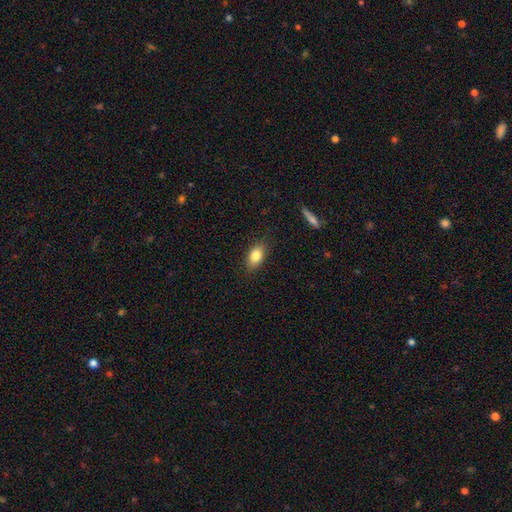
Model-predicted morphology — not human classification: Smooth or featured: smooth — 81% (featured or disk — 11%)
How rounded: in between — 85% (round — 9%)
Merging: none — 85% (minor disturbance — 12%)